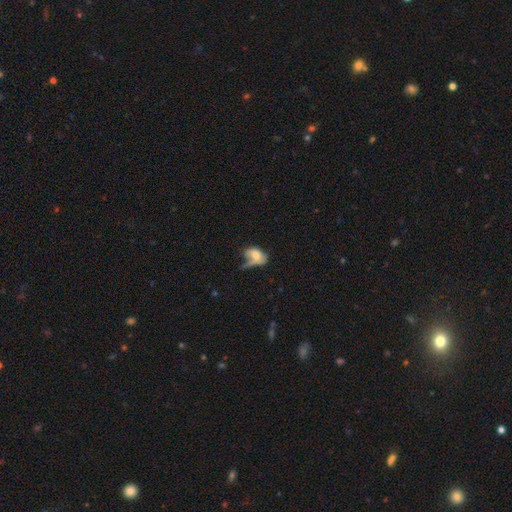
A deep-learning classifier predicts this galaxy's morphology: Smooth or featured: smooth — 65% (featured or disk — 27%)
How rounded: in between — 85% (round — 12%)
Merging: major disturbance — 32% (none — 26%)